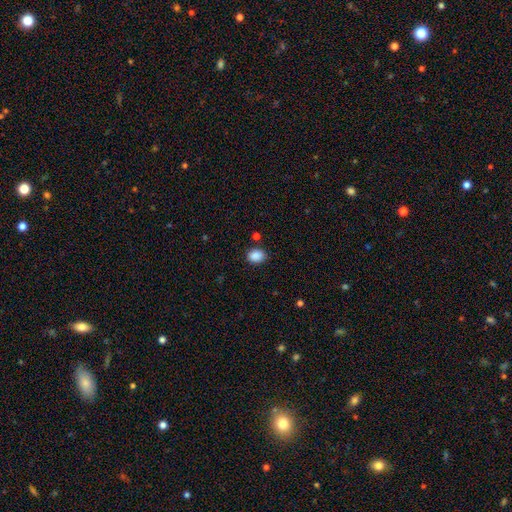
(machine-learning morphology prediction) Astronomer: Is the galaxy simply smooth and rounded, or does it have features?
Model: smooth — 88%.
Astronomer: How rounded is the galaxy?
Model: in between — 61% (runner-up: round, 38%).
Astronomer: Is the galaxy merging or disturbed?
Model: none — 82%.